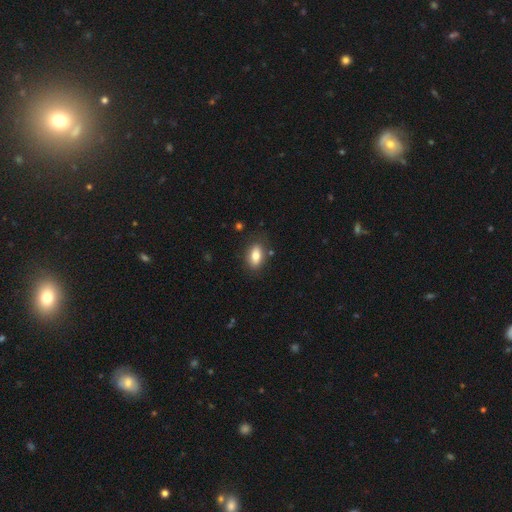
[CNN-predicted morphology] Smooth or featured?
  - smooth: 81% *
  - featured or disk: 12%
  - star or artifact: 8%
How rounded?
  - in between: 88% *
  - round: 8%
  - cigar-shaped: 4%
Merging?
  - none: 82% *
  - minor disturbance: 12%
  - major disturbance: 3%
  - merger: 2%